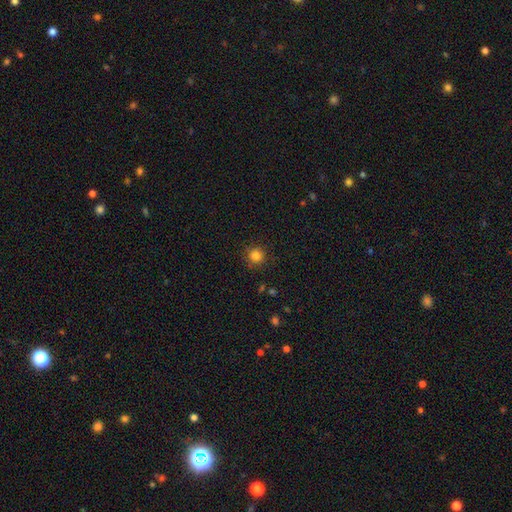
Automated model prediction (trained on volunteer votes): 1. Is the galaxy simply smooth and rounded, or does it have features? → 83% smooth, 13% star or artifact, 5% featured or disk.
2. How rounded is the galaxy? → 95% round, 4% in between, 1% cigar-shaped.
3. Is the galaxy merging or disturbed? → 88% none, 8% minor disturbance, 3% major disturbance, 1% merger.